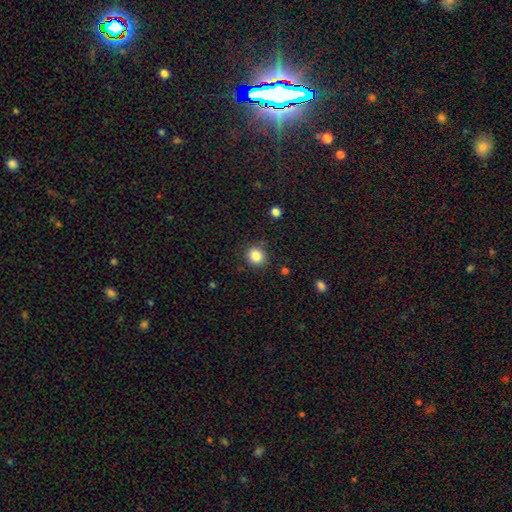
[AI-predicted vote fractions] Smooth or featured? Predicted: smooth (p=0.85). How rounded? Predicted: round (p=0.84). Merging? Predicted: none (p=0.86).